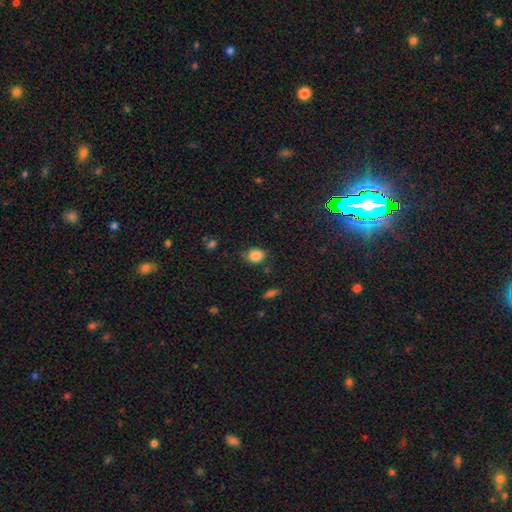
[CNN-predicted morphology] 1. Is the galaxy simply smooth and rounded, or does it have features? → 86% smooth, 10% star or artifact, 4% featured or disk.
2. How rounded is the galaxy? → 52% round, 47% in between, 1% cigar-shaped.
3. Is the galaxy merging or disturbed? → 75% none, 19% minor disturbance, 4% major disturbance, 2% merger.